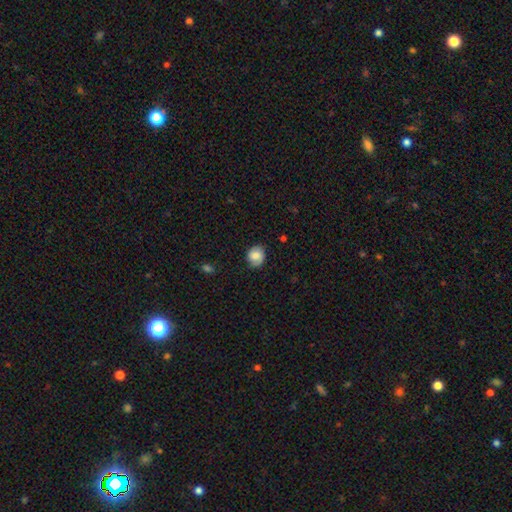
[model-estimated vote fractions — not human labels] smooth_or_featured: smooth (p=0.66) [alt: featured or disk p=0.25]
how_rounded: round (p=0.70) [alt: in between p=0.29]
merging: none (p=0.73) [alt: minor disturbance p=0.20]